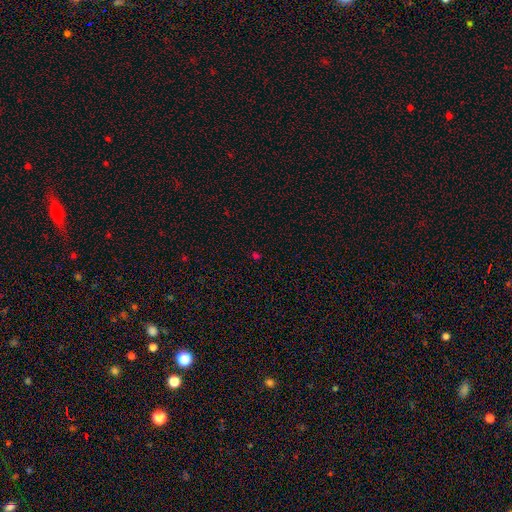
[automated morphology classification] Smooth or featured? Predicted: star or artifact (p=0.54).